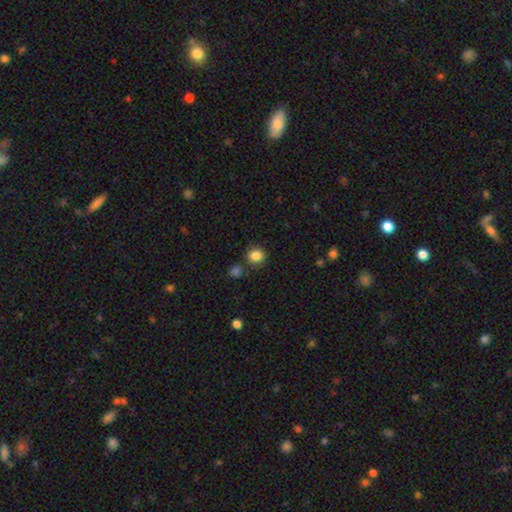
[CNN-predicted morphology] A smooth galaxy with no disk features (85%) that is round (85%).

Vote fractions:
- Smooth or featured? smooth: 85% / star or artifact: 11% / featured or disk: 4%
- How rounded? round: 85% / in between: 14% / cigar-shaped: 1%
- Merging? none: 81% / minor disturbance: 10% / merger: 6% / major disturbance: 3%